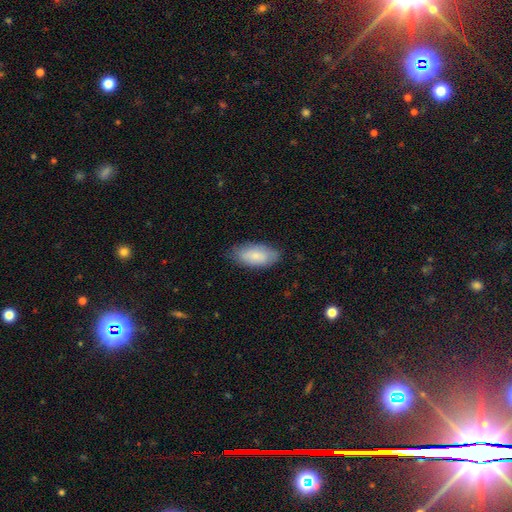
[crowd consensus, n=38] smooth-or-featured: smooth: 95% | featured or disk: 3% | star or artifact: 3%
  how-rounded: in between: 97% | cigar-shaped: 3% | round: 0%
  merging: none: 81% | minor disturbance: 14% | major disturbance: 5% | merger: 0%